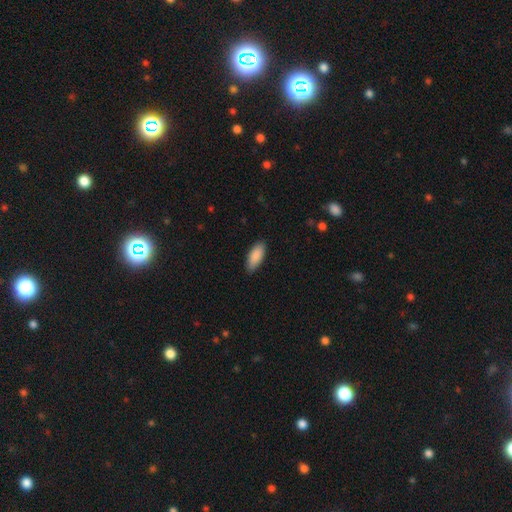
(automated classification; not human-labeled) The model was most divided on "how rounded": in between: 83%, cigar-shaped: 15%, round: 2%. More confident: smooth or featured — smooth (89%); merging — none (85%).